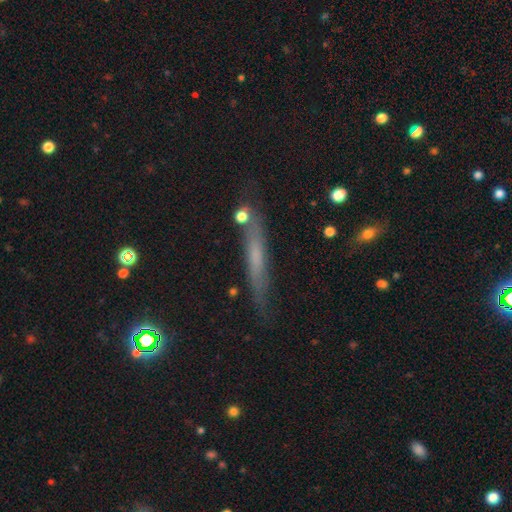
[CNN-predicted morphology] smooth-or-featured: smooth: 49% | featured or disk: 39% | star or artifact: 12%
  merging: none: 78% | minor disturbance: 15% | major disturbance: 4% | merger: 3%